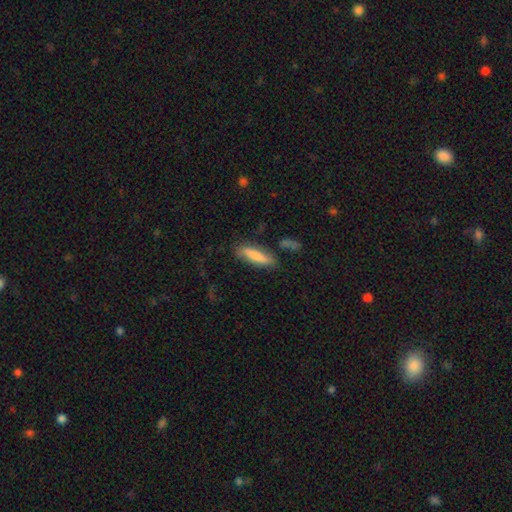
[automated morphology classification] type=smooth (79%); roundness=cigar-shaped (65%); merging=none (75%).